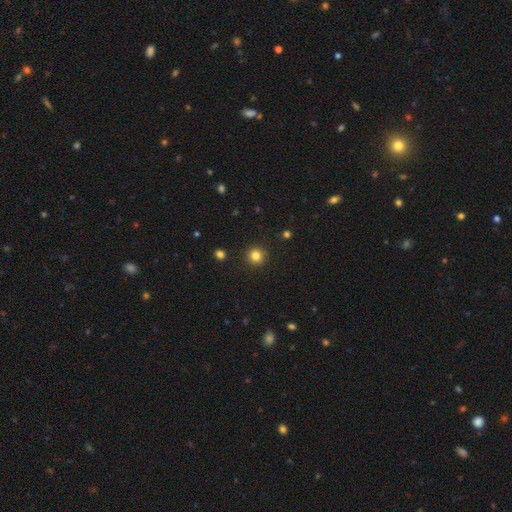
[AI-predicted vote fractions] Morphology: type=smooth (83%); roundness=round (95%); merging=none (92%).